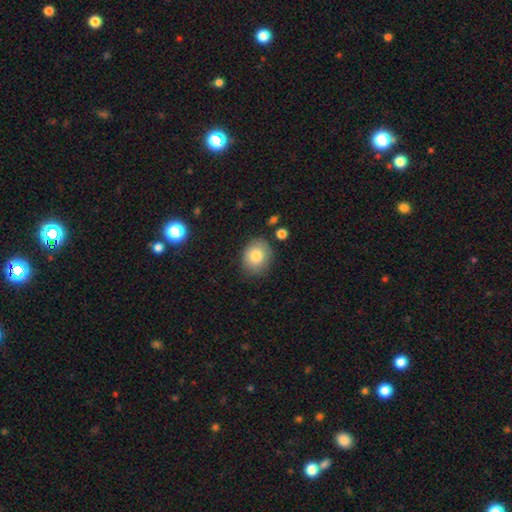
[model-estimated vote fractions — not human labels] smooth-or-featured: smooth: 80% | featured or disk: 11% | star or artifact: 9%
  how-rounded: round: 59% | in between: 40% | cigar-shaped: 1%
  merging: none: 79% | minor disturbance: 15% | major disturbance: 4% | merger: 3%